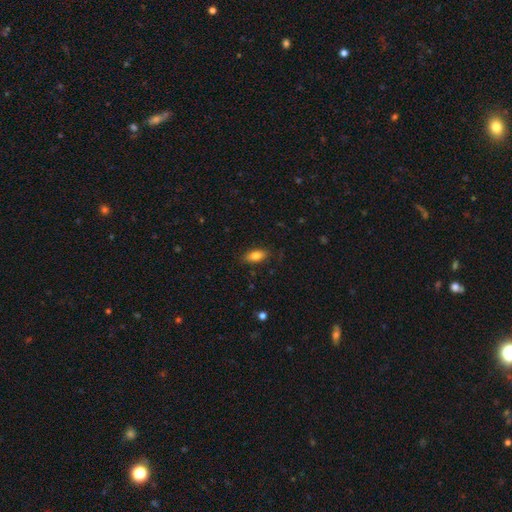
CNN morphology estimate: Smooth or featured? Predicted: smooth (p=0.82). How rounded? Predicted: in between (p=0.86). Merging? Predicted: none (p=0.83).